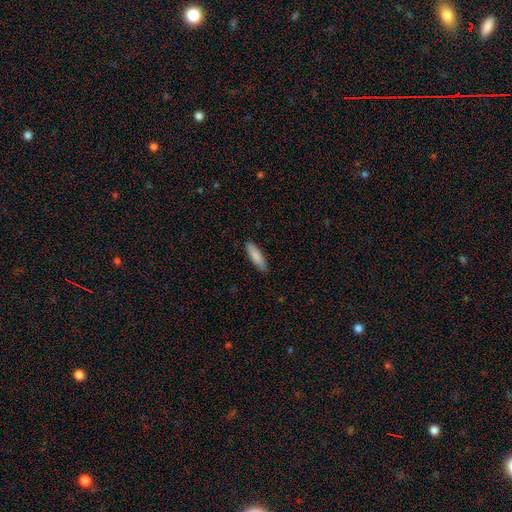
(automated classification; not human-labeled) Smooth or featured?
  - smooth: 86% *
  - featured or disk: 9%
  - star or artifact: 6%
How rounded?
  - cigar-shaped: 66% *
  - in between: 33%
  - round: 1%
Merging?
  - none: 86% *
  - minor disturbance: 11%
  - major disturbance: 2%
  - merger: 1%